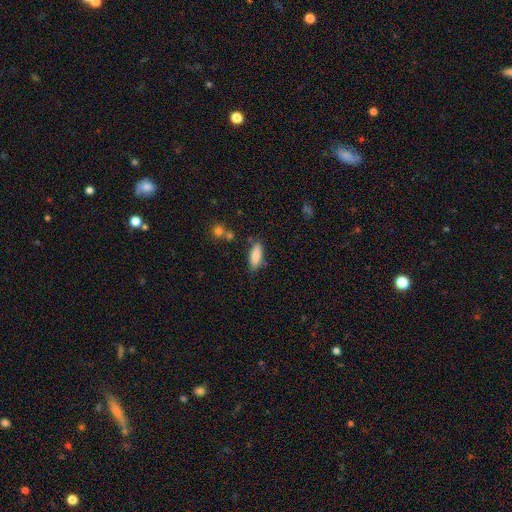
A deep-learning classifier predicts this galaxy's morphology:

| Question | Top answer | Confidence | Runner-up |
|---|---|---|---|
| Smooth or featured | smooth | 83% | featured or disk (10%) |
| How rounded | in between | 69% | cigar-shaped (29%) |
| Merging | none | 79% | minor disturbance (14%) |